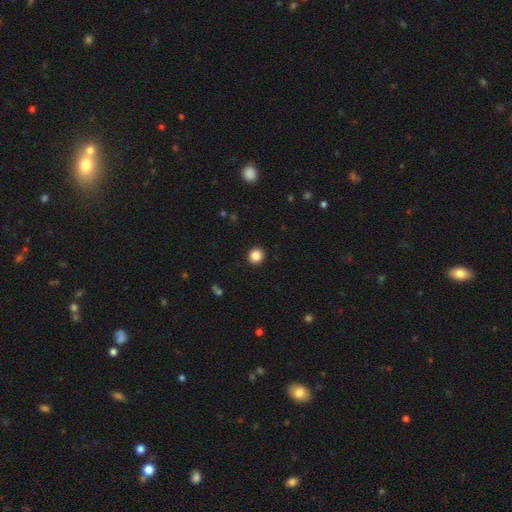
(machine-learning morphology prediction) type=smooth (87%); roundness=round (92%); merging=none (92%).